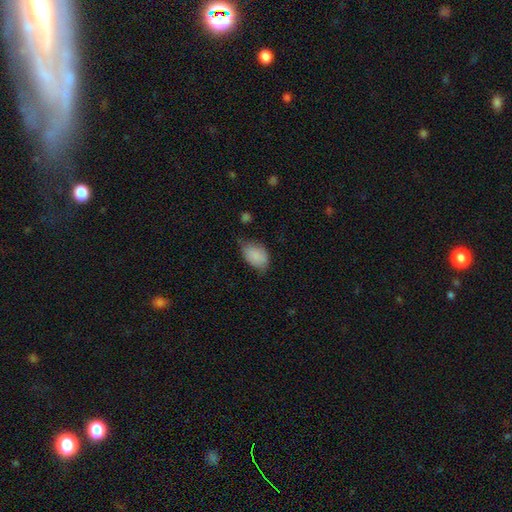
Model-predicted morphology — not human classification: smooth_or_featured: smooth (p=0.85) [alt: featured or disk p=0.08]
how_rounded: in between (p=0.87) [alt: round p=0.12]
merging: none (p=0.54) [alt: minor disturbance p=0.37]